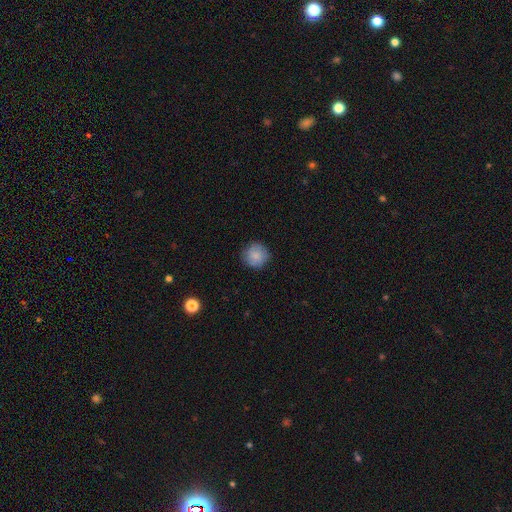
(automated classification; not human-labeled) Smooth or featured? Predicted: smooth (p=0.86). How rounded? Predicted: round (p=0.94). Merging? Predicted: none (p=0.86).